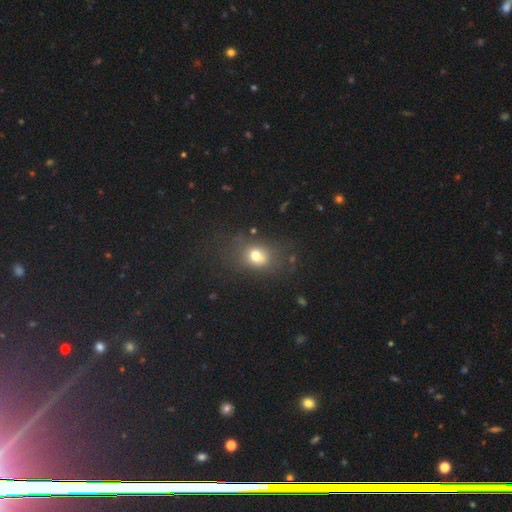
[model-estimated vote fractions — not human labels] Overall: smooth (69%). How rounded: round (54%; in between 45%). Merging: none (63%).